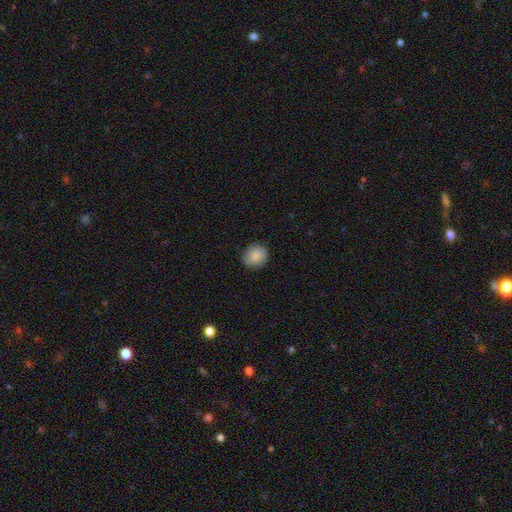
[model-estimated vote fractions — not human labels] Overall: smooth (78%). How rounded: round (85%). Merging: none (82%).